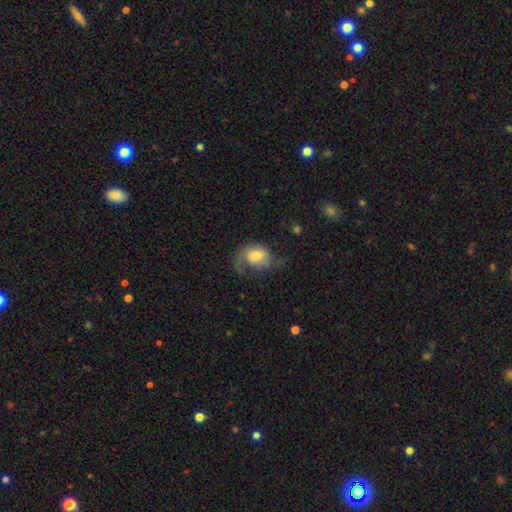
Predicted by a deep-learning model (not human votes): Q: Smooth or featured?
A: smooth (51%); runner-up: featured or disk (41%)
Q: How rounded?
A: in between (63%); runner-up: round (36%)
Q: Merging?
A: major disturbance (36%); runner-up: none (35%)